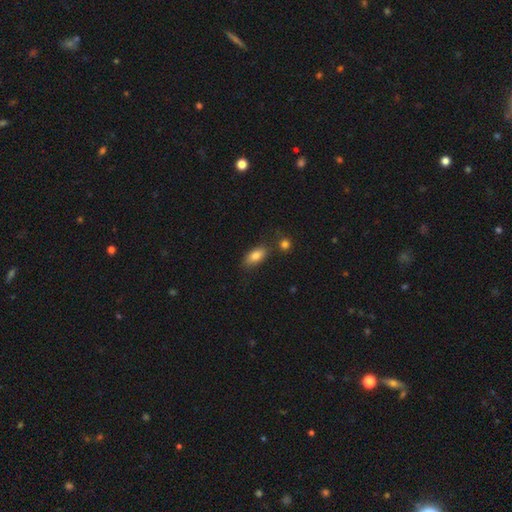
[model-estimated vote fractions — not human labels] smooth_or_featured: smooth (p=0.81) [alt: featured or disk p=0.11]
how_rounded: in between (p=0.86) [alt: cigar-shaped p=0.10]
merging: none (p=0.73) [alt: minor disturbance p=0.15]